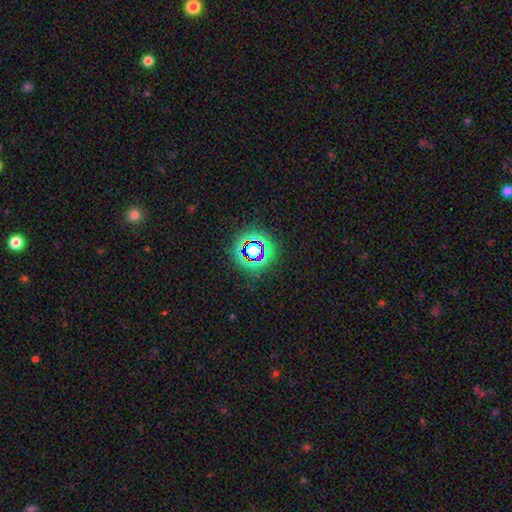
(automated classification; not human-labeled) smooth_or_featured: star or artifact (p=0.75) [alt: smooth p=0.15]